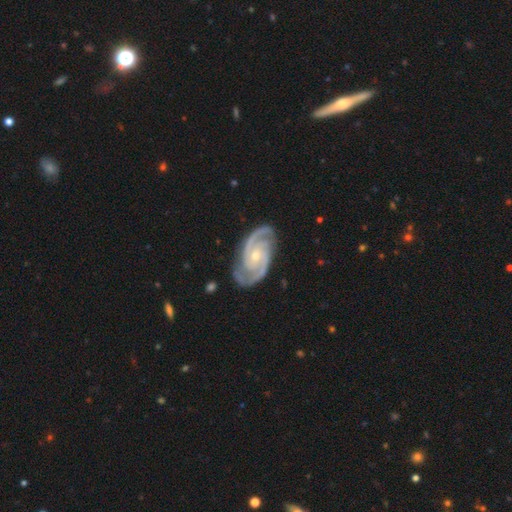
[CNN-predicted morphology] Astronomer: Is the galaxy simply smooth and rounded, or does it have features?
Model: featured or disk — 93%.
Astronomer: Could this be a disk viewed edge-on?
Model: no — 97%.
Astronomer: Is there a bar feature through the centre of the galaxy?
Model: no — 58%.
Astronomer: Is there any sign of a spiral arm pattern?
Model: yes — 99%.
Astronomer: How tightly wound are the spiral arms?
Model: tight — 50% (runner-up: medium, 44%).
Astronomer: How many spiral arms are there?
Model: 2 — 79%.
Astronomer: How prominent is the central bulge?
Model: small — 59% (runner-up: moderate, 38%).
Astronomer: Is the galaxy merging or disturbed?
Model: none — 81%.